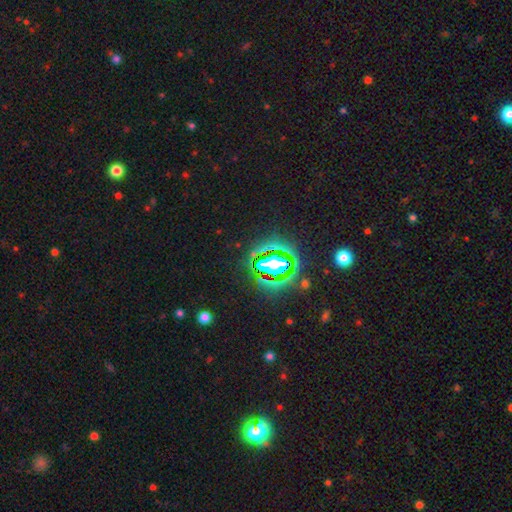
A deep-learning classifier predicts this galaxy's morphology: smooth_or_featured: star or artifact (p=0.74) [alt: smooth p=0.15]